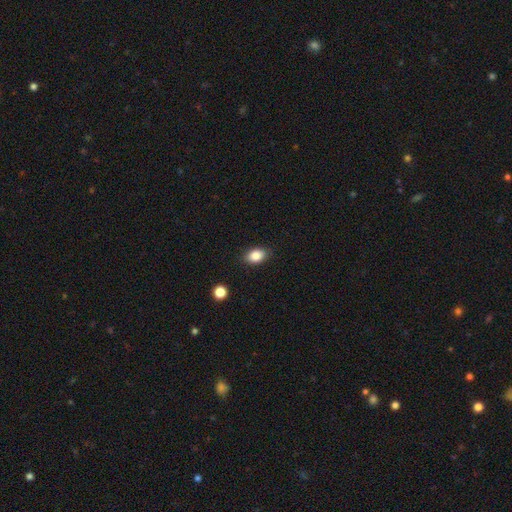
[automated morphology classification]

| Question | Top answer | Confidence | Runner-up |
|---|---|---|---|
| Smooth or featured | smooth | 85% | star or artifact (9%) |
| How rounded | in between | 82% | round (17%) |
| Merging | none | 86% | minor disturbance (10%) |